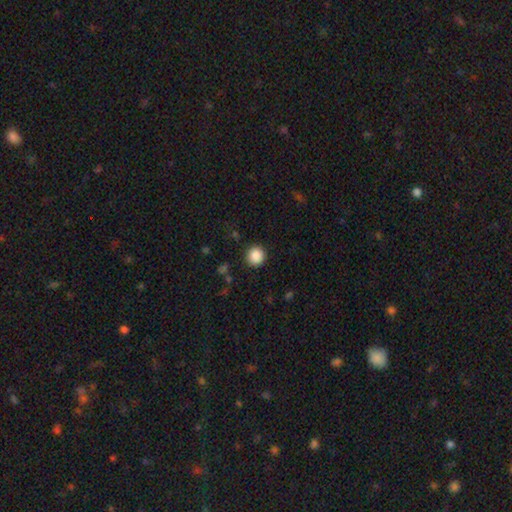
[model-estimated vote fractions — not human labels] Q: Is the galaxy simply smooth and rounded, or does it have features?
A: smooth — 88%.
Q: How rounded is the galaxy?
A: round — 93%.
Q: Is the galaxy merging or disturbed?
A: none — 90%.